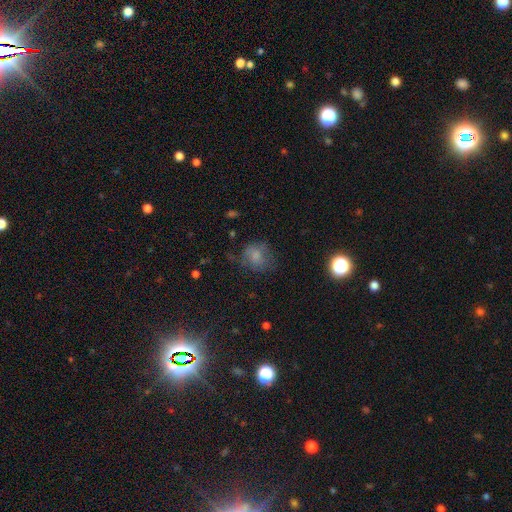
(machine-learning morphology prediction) smooth 71%, featured or disk 17%, star or artifact 12%. Down the decision tree: how rounded — round (65%); merging — none (56%).